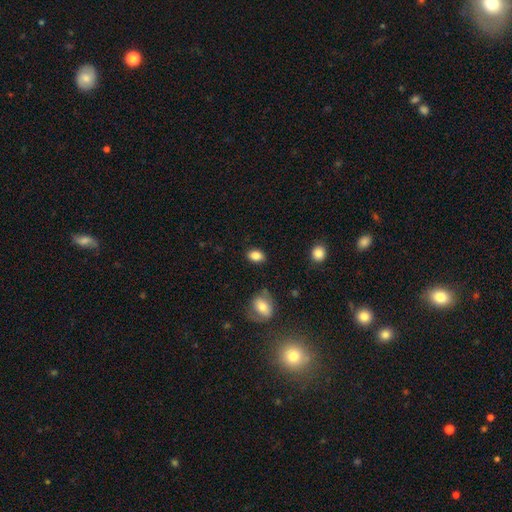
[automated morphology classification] smooth_or_featured: smooth (p=0.85) [alt: star or artifact p=0.09]
how_rounded: in between (p=0.78) [alt: round p=0.20]
merging: none (p=0.84) [alt: minor disturbance p=0.11]